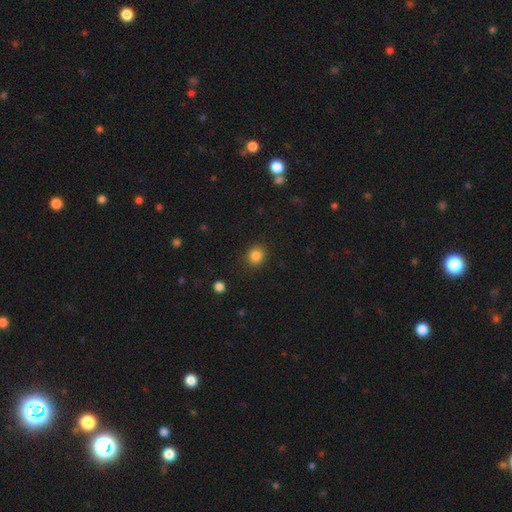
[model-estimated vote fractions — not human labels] Q: Smooth or featured?
A: smooth (85%); runner-up: star or artifact (11%)
Q: How rounded?
A: round (78%); runner-up: in between (22%)
Q: Merging?
A: none (89%); runner-up: minor disturbance (8%)